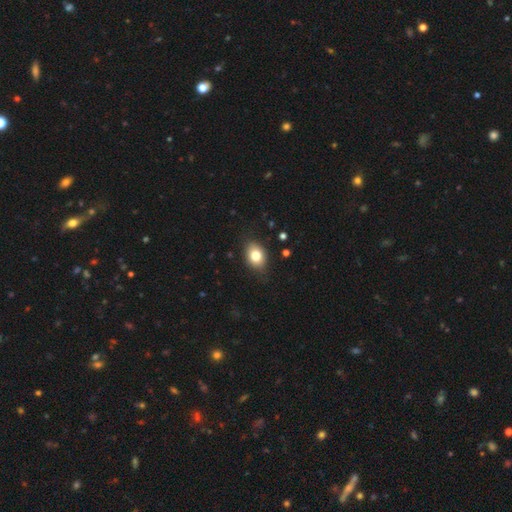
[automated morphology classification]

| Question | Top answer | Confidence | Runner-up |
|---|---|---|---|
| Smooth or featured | smooth | 80% | featured or disk (11%) |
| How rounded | in between | 70% | round (29%) |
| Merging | none | 82% | minor disturbance (14%) |